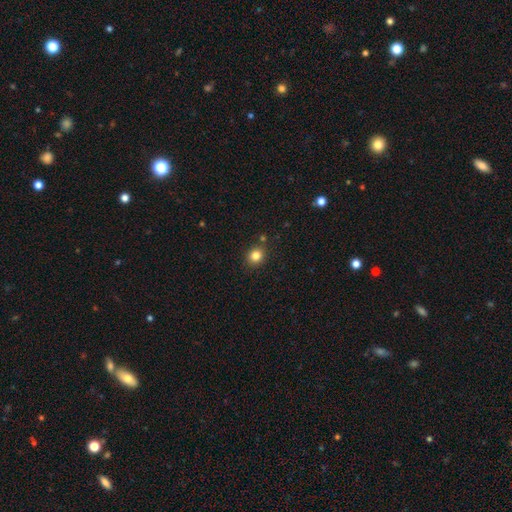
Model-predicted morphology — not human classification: Smooth or featured? smooth (83%)
How rounded? round (75%)
Merging? none (85%)